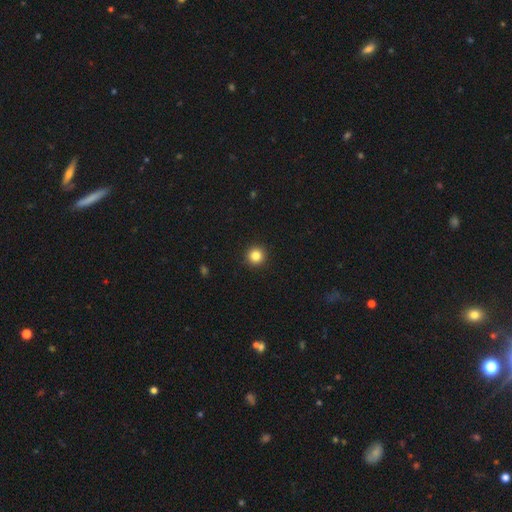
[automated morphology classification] type=smooth (84%); roundness=round (96%); merging=none (94%).